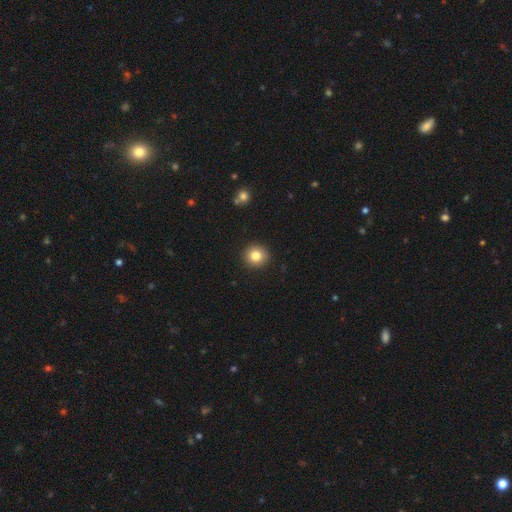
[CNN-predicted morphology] type=smooth (82%); roundness=round (93%); merging=none (92%).